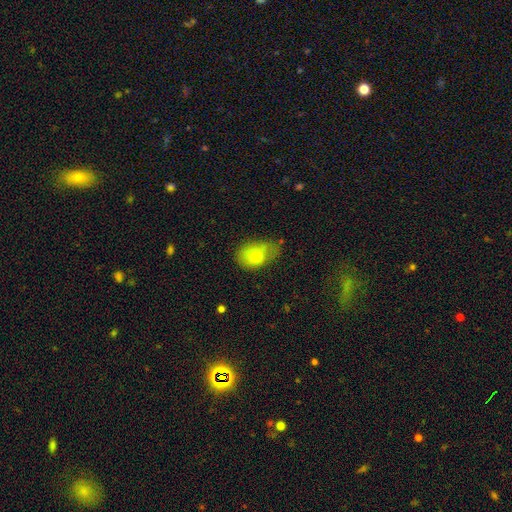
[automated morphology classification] A smooth galaxy with no disk features (77%) that is in between round and cigar-shaped (79%). Merging: minor disturbance (39%).